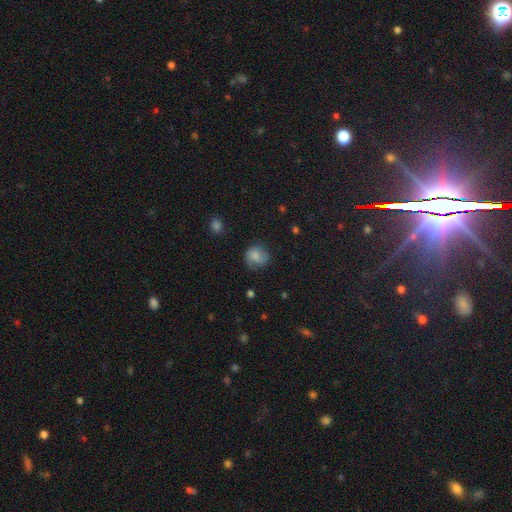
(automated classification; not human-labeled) A smooth galaxy with no disk features (68%) that is round (81%).

Vote fractions:
- Smooth or featured? smooth: 68% / featured or disk: 22% / star or artifact: 10%
- How rounded? round: 81% / in between: 18% / cigar-shaped: 1%
- Merging? none: 66% / minor disturbance: 23% / major disturbance: 9% / merger: 2%